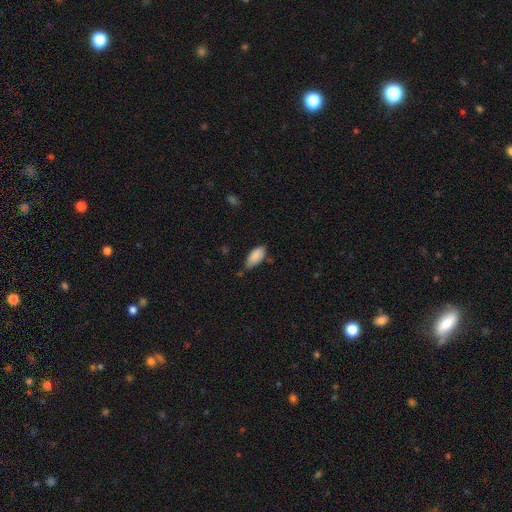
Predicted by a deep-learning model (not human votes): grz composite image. It shows a smooth galaxy with no disk features (87%) that is in between round and cigar-shaped (88%). Merging: none (56%).